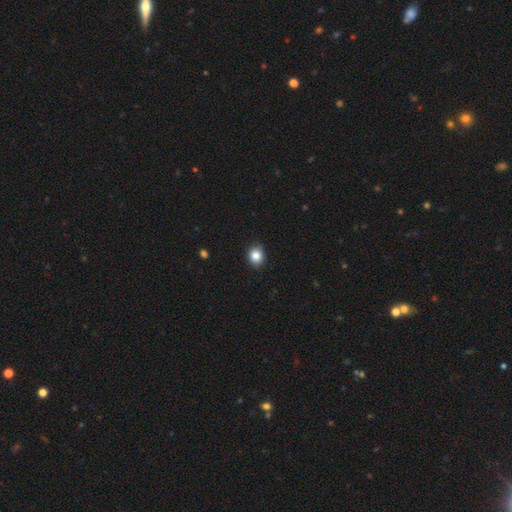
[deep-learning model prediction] Q: Smooth or featured?
A: smooth (85%); runner-up: star or artifact (10%)
Q: How rounded?
A: round (67%); runner-up: in between (32%)
Q: Merging?
A: none (87%); runner-up: minor disturbance (10%)